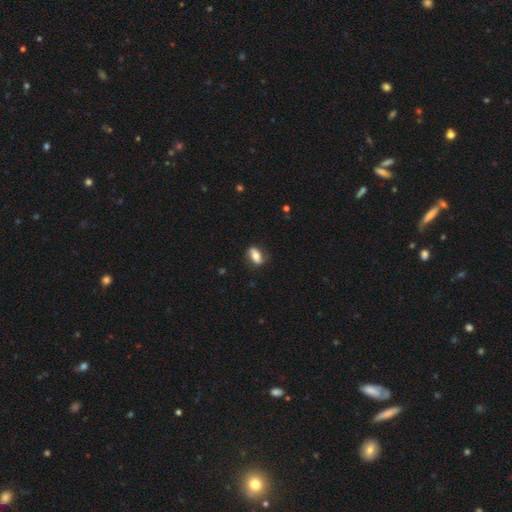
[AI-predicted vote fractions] A smooth galaxy with no disk features (60%) that is in between round and cigar-shaped (82%). Merging: none (77%).